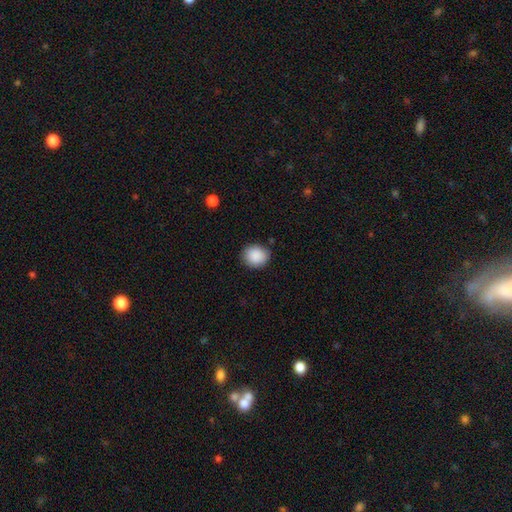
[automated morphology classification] This appears to be a smooth galaxy with no disk features (89%) that is round (73%). Merging: none (86%).